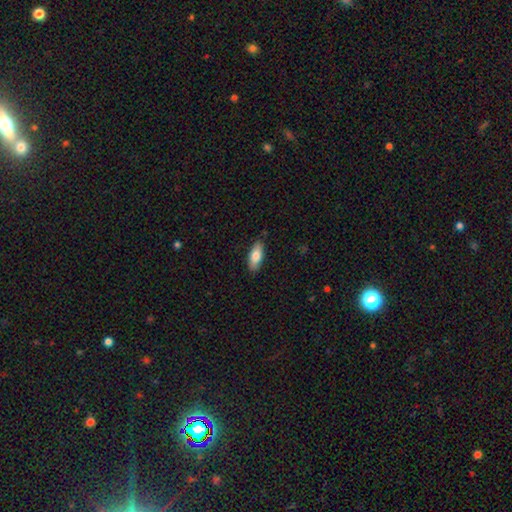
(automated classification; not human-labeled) Smooth or featured?
  - smooth: 80% *
  - featured or disk: 14%
  - star or artifact: 6%
How rounded?
  - in between: 79% *
  - cigar-shaped: 18%
  - round: 2%
Merging?
  - none: 85% *
  - minor disturbance: 12%
  - major disturbance: 2%
  - merger: 1%